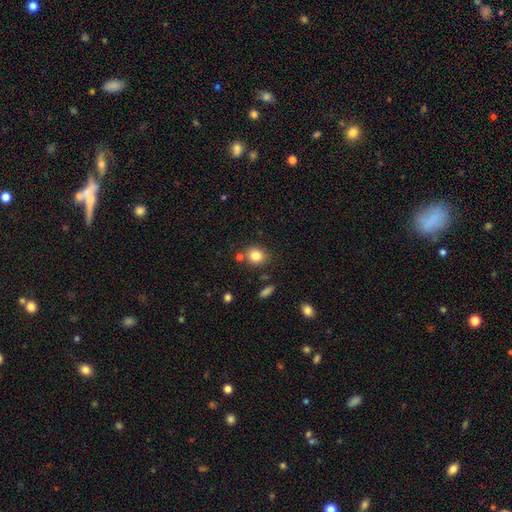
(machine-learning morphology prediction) Smooth or featured? Predicted: smooth (p=0.82). How rounded? Predicted: round (p=0.66). Merging? Predicted: none (p=0.75).